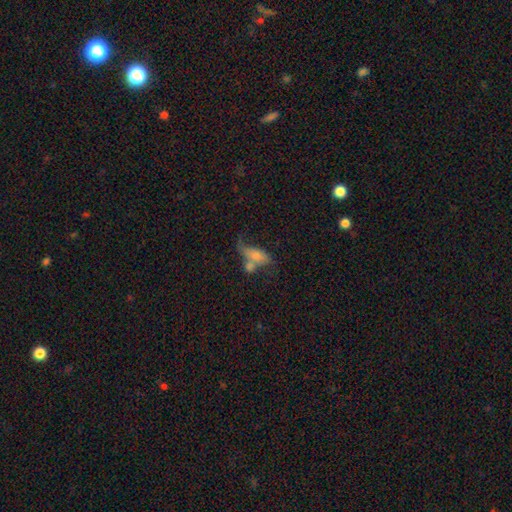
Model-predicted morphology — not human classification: Q: Smooth or featured?
A: smooth (60%); runner-up: featured or disk (30%)
Q: How rounded?
A: in between (81%); runner-up: cigar-shaped (13%)
Q: Merging?
A: merger (45%); runner-up: none (21%)